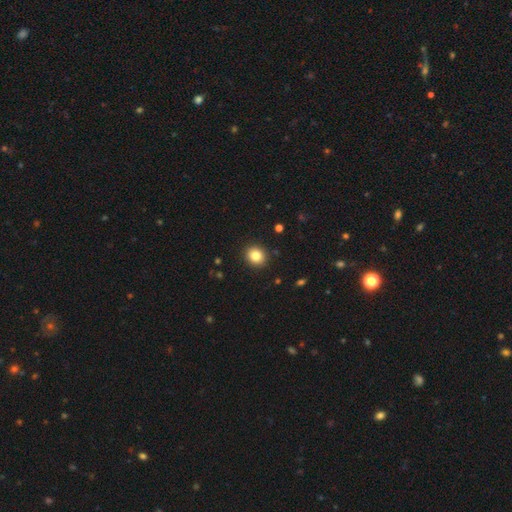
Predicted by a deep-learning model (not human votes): Smooth or featured? Predicted: smooth (p=0.83). How rounded? Predicted: round (p=0.81). Merging? Predicted: none (p=0.92).